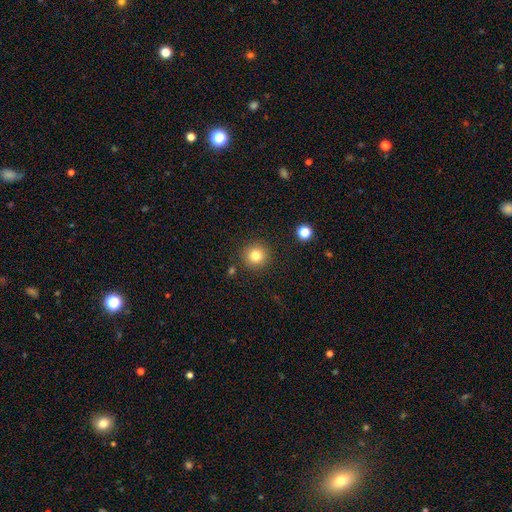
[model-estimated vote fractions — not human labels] Morphology: type=smooth (82%); roundness=round (95%); merging=none (90%).